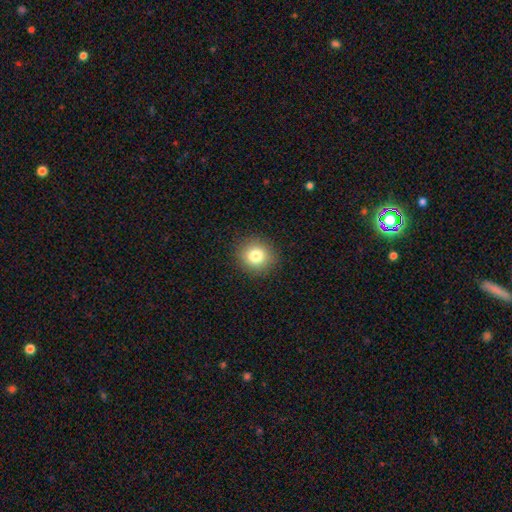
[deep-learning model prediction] Smooth or featured? Predicted: smooth (p=0.80). How rounded? Predicted: round (p=0.87). Merging? Predicted: none (p=0.91).